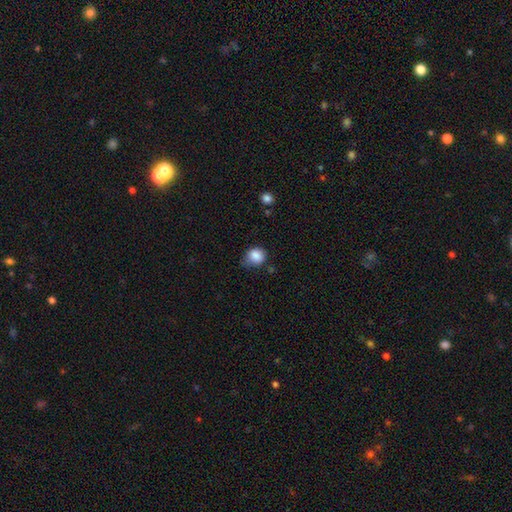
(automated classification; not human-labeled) The model was most divided on "merging": none: 54%, minor disturbance: 35%, major disturbance: 8%, merger: 3%. More confident: smooth or featured — smooth (86%); how rounded — round (68%).